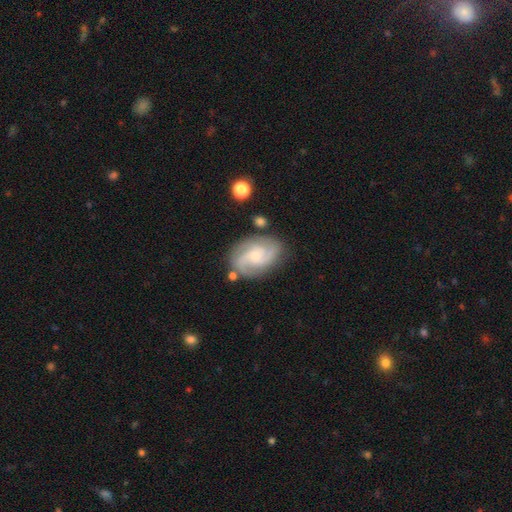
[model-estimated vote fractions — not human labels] smooth-or-featured: featured or disk: 81% | smooth: 13% | star or artifact: 6%
  disk-edge-on: no: 98% | yes: 2%
    bar: no: 62% | weak: 33% | strong: 5%
    has-spiral-arms: yes: 96% | no: 4%
      spiral-winding: medium: 48% | tight: 35% | loose: 17%
      spiral-arm-count: 3: 39% | 2: 35% | can't tell: 13% | 4: 6% | 1: 4% | more than 4: 3%
    bulge-size: small: 62% | moderate: 29% | none: 5% | large: 3% | dominant: 1%
  merging: none: 73% | minor disturbance: 17% | major disturbance: 6% | merger: 5%